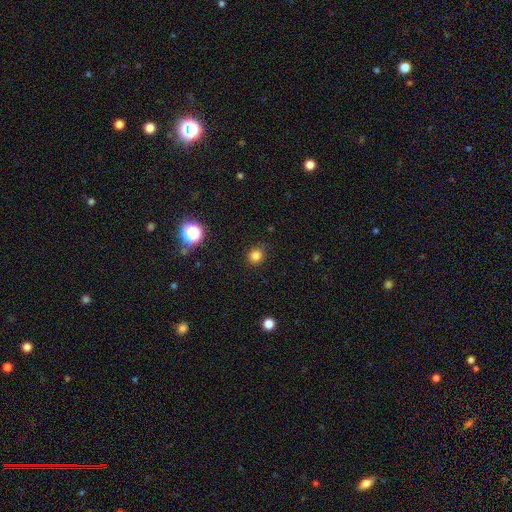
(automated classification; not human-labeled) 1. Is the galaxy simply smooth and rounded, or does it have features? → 81% smooth, 14% star or artifact, 4% featured or disk.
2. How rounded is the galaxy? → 90% round, 9% in between, 1% cigar-shaped.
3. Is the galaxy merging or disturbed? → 86% none, 10% minor disturbance, 3% major disturbance, 1% merger.